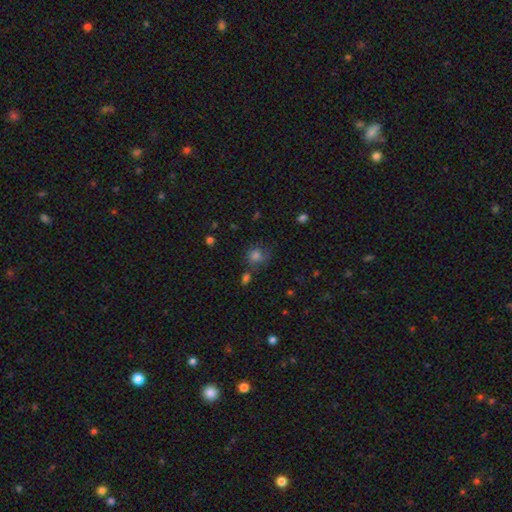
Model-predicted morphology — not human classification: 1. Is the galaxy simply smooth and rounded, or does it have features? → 72% smooth, 16% star or artifact, 12% featured or disk.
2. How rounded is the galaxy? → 76% round, 23% in between, 1% cigar-shaped.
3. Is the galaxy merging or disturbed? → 58% none, 22% minor disturbance, 11% major disturbance, 9% merger.